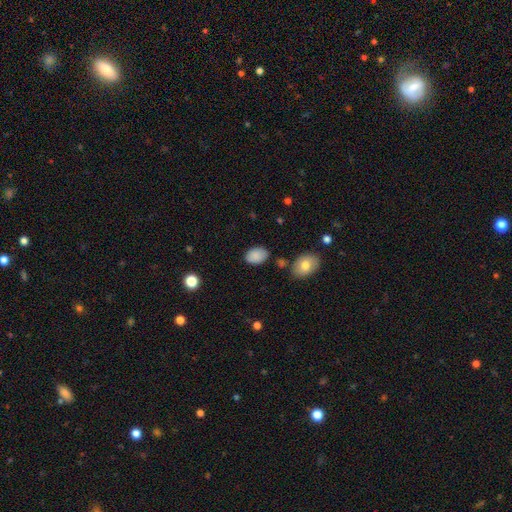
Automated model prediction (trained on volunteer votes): A smooth galaxy with no disk features (87%) that is in between round and cigar-shaped (86%).

Vote fractions:
- Smooth or featured? smooth: 87% / star or artifact: 7% / featured or disk: 5%
- How rounded? in between: 86% / round: 13% / cigar-shaped: 1%
- Merging? none: 81% / minor disturbance: 13% / merger: 3% / major disturbance: 3%